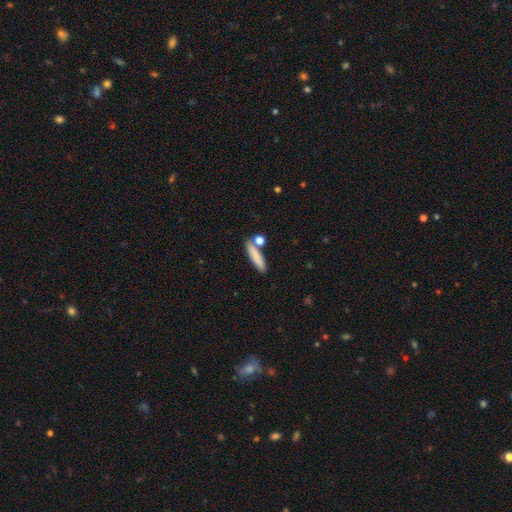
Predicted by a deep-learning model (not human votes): smooth-or-featured: smooth: 83% | featured or disk: 10% | star or artifact: 7%
  how-rounded: cigar-shaped: 72% | in between: 23% | round: 4%
  merging: none: 72% | merger: 14% | minor disturbance: 11% | major disturbance: 3%